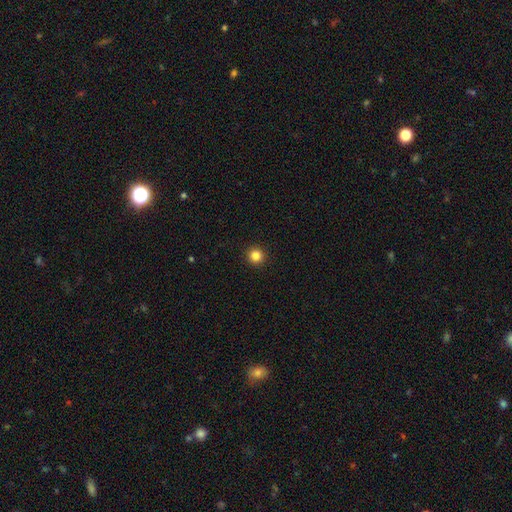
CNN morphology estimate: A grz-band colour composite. It shows a smooth galaxy with no disk features (84%) that is round (95%). Merging: none (94%).